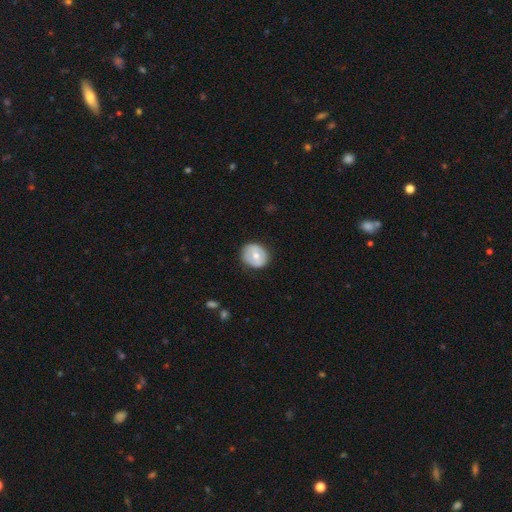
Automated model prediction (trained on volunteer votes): smooth-or-featured: smooth: 56% | featured or disk: 38% | star or artifact: 6%
  how-rounded: round: 77% | in between: 22% | cigar-shaped: 1%
  merging: none: 82% | minor disturbance: 14% | major disturbance: 3% | merger: 1%